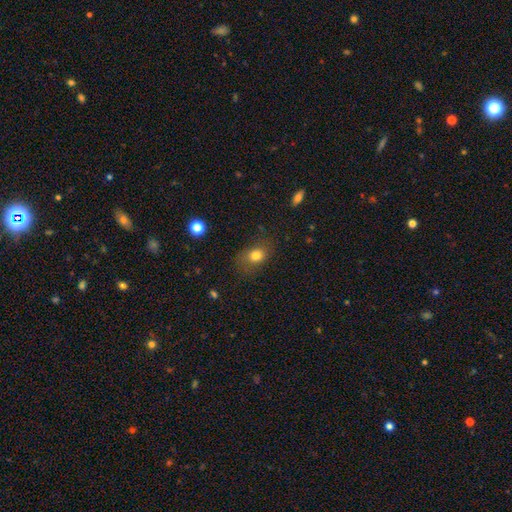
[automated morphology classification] smooth 78%, star or artifact 12%, featured or disk 10%. Down the decision tree: how rounded — in between (63%); merging — none (67%).